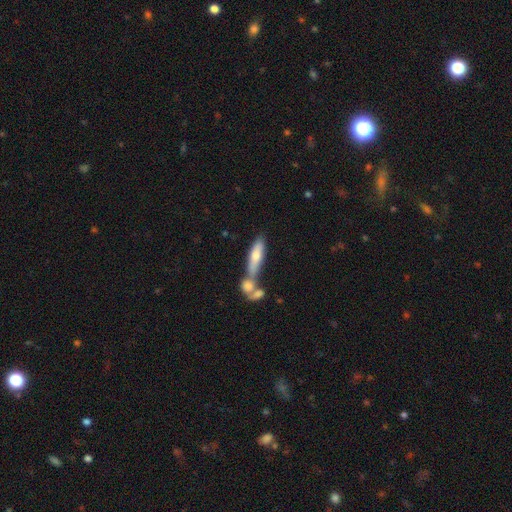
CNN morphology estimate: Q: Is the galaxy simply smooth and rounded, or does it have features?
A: smooth — 57%.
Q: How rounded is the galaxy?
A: cigar-shaped — 67%.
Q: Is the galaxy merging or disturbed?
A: merger — 45%.